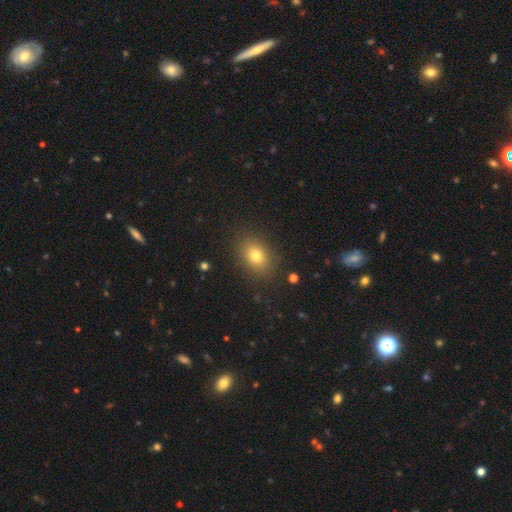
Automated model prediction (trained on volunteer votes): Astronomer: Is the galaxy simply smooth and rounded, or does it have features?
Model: smooth — 79%.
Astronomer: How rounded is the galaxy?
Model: in between — 66%.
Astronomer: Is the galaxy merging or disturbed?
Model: none — 86%.